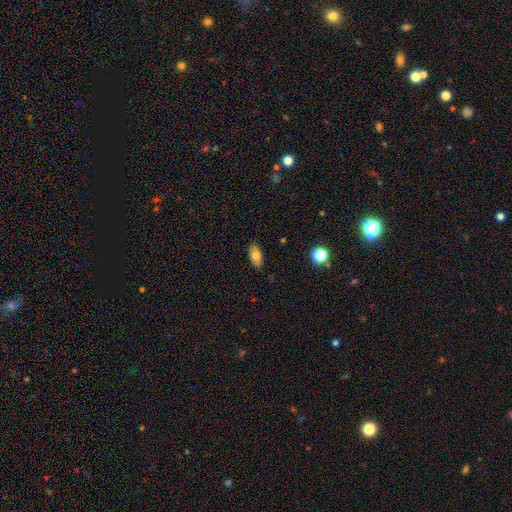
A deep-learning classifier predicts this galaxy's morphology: The model was most divided on "smooth or featured": smooth: 77%, featured or disk: 14%, star or artifact: 9%. More confident: how rounded — in between (90%); merging — none (86%).